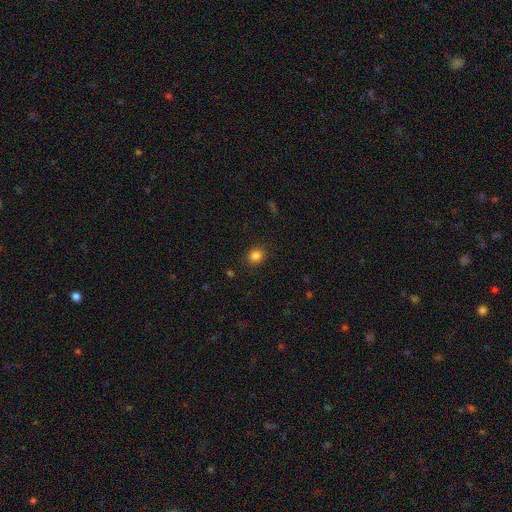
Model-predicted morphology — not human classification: This appears to be a smooth galaxy with no disk features (84%) that is round (75%). Merging: none (88%).